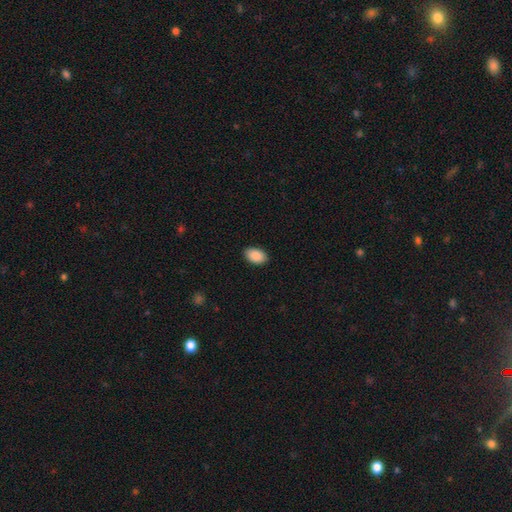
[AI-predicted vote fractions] smooth 90%, star or artifact 6%, featured or disk 3%. Down the decision tree: how rounded — in between (92%); merging — none (90%).